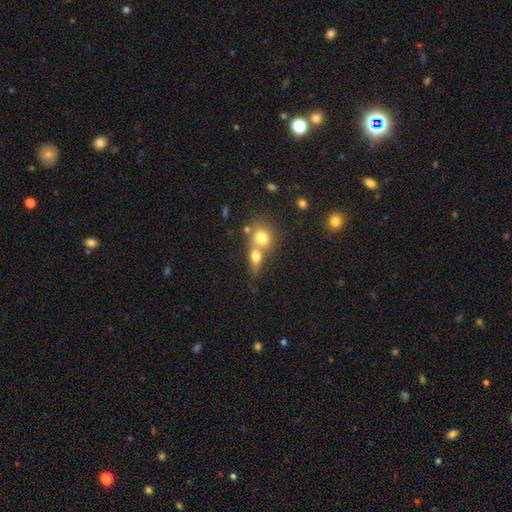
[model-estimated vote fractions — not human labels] This is possibly a smooth galaxy (55%). How rounded: likely round (72%). Merging: possibly none (45%).